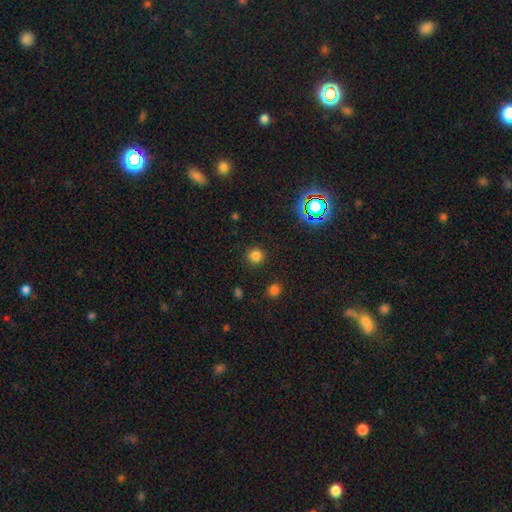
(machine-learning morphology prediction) This is likely a smooth galaxy (80%). How rounded: clearly round (93%). Merging: clearly none (91%).